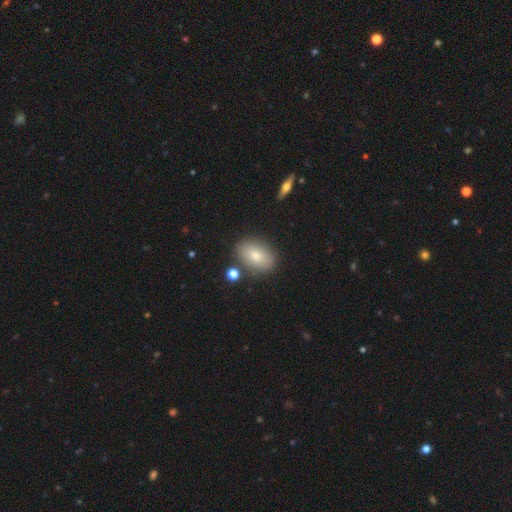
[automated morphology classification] Smooth or featured?
  - smooth: 78% *
  - featured or disk: 13%
  - star or artifact: 8%
How rounded?
  - in between: 82% *
  - round: 17%
  - cigar-shaped: 2%
Merging?
  - none: 81% *
  - minor disturbance: 11%
  - merger: 5%
  - major disturbance: 3%